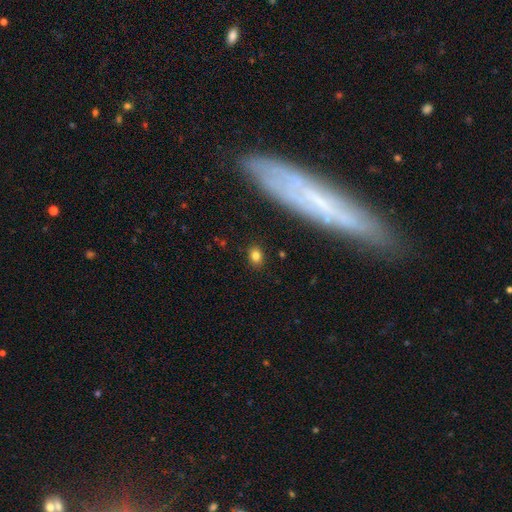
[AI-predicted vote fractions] A smooth galaxy with no disk features (80%) that is in between round and cigar-shaped (53%).

Vote fractions:
- Smooth or featured? smooth: 80% / star or artifact: 12% / featured or disk: 8%
- How rounded? in between: 53% / round: 45% / cigar-shaped: 2%
- Merging? none: 87% / minor disturbance: 9% / major disturbance: 3% / merger: 2%